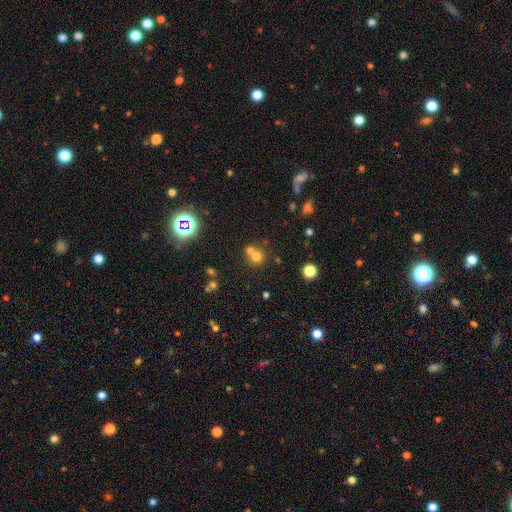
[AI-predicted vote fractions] Smooth or featured?
  - smooth: 65% *
  - star or artifact: 23%
  - featured or disk: 12%
How rounded?
  - round: 86% *
  - in between: 13%
  - cigar-shaped: 1%
Merging?
  - none: 46% *
  - merger: 44%
  - minor disturbance: 6%
  - major disturbance: 3%